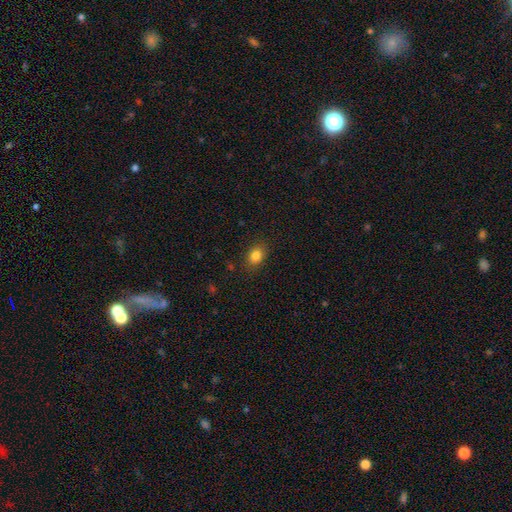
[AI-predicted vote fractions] This appears to be a smooth galaxy with no disk features (84%) that is in between round and cigar-shaped (70%). Merging: none (86%).